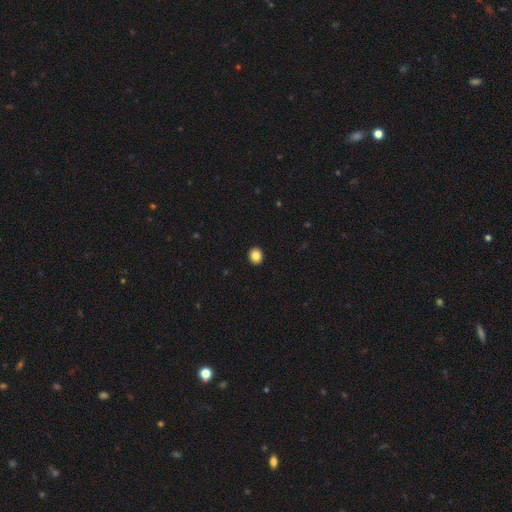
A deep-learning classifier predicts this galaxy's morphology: Smooth or featured: smooth — 85% (star or artifact — 9%)
How rounded: round — 67% (in between — 32%)
Merging: none — 93% (minor disturbance — 5%)